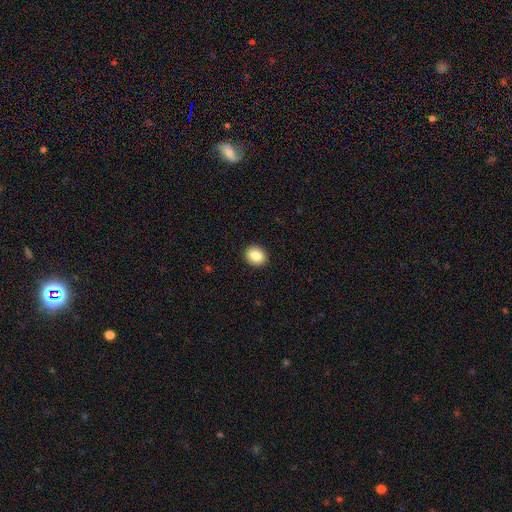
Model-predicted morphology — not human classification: type=smooth (87%); roundness=round (65%); merging=none (91%).